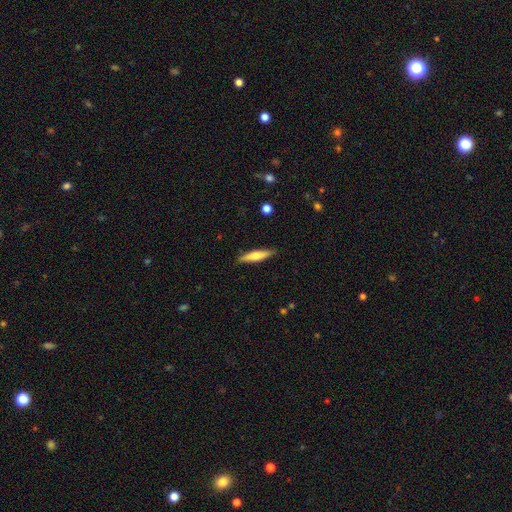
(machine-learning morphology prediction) Overall: smooth (58%; featured or disk 37%). How rounded: cigar-shaped (82%). Merging: none (89%).